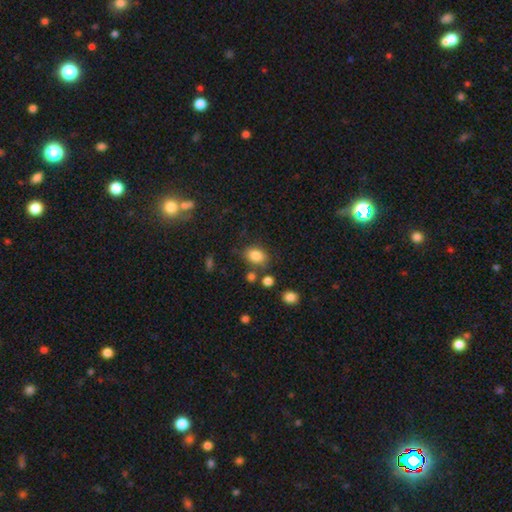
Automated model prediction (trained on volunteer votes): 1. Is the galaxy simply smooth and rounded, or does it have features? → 84% smooth, 10% star or artifact, 6% featured or disk.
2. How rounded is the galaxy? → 74% in between, 25% round, 1% cigar-shaped.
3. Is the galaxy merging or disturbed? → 71% none, 16% minor disturbance, 8% merger, 5% major disturbance.